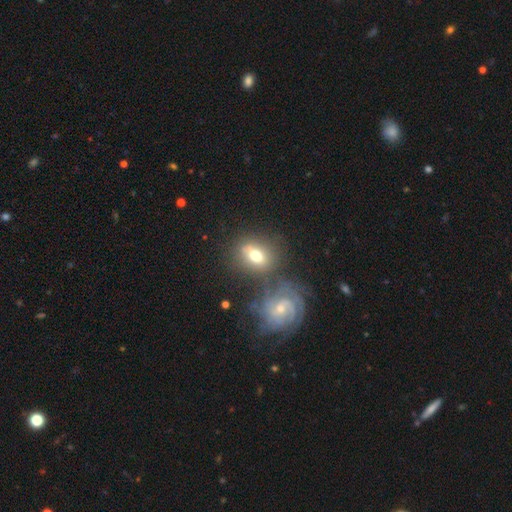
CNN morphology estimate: type=featured or disk (48%); merging=none (61%).